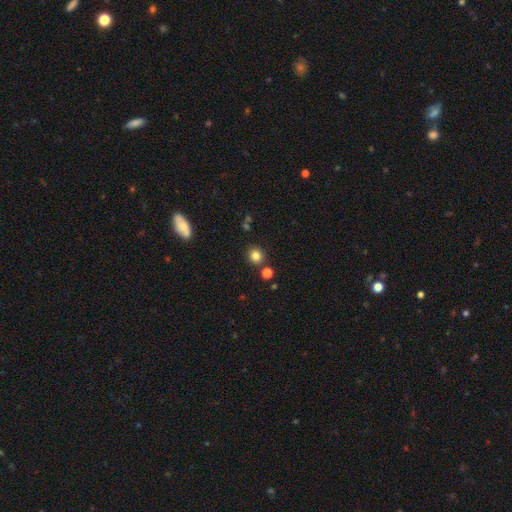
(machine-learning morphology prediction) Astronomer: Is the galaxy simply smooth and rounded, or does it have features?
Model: smooth — 81%.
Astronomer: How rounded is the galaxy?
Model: round — 85%.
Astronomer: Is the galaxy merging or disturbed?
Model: none — 83%.